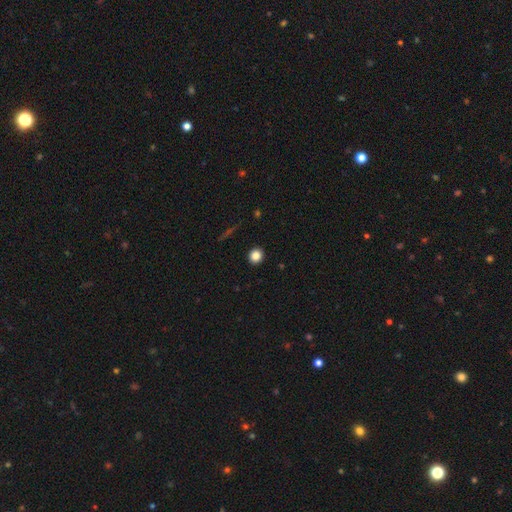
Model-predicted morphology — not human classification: Overall: smooth (84%). How rounded: round (91%). Merging: none (93%).